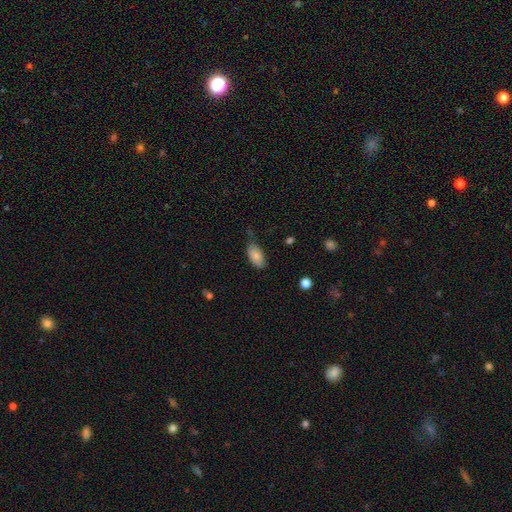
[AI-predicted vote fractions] A smooth galaxy with no disk features (80%) that is in between round and cigar-shaped (93%). Merging: none (58%).